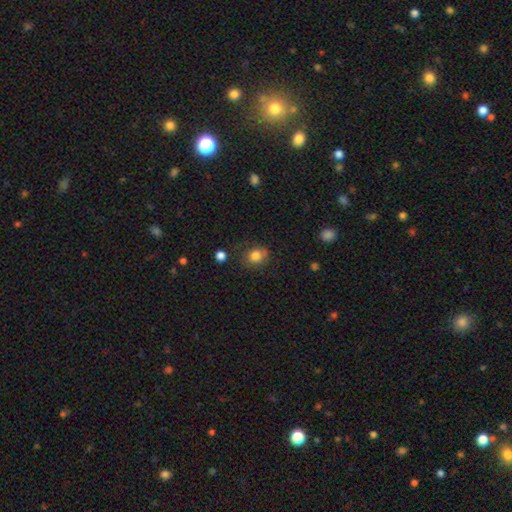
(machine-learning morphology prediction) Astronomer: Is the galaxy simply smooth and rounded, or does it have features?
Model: smooth — 82%.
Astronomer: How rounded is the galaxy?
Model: round — 70%.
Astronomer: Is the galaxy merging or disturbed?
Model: none — 70%.